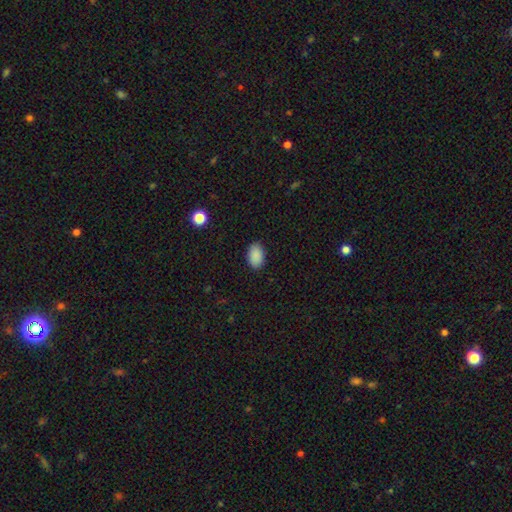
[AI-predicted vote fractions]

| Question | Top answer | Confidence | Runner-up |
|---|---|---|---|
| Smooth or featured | smooth | 89% | star or artifact (8%) |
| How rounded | in between | 90% | round (9%) |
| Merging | none | 88% | minor disturbance (9%) |